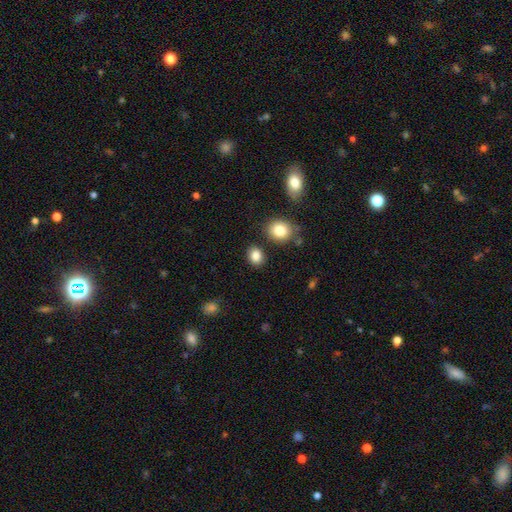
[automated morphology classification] Q: Smooth or featured?
A: smooth (85%); runner-up: star or artifact (10%)
Q: How rounded?
A: round (52%); runner-up: in between (47%)
Q: Merging?
A: none (83%); runner-up: minor disturbance (9%)